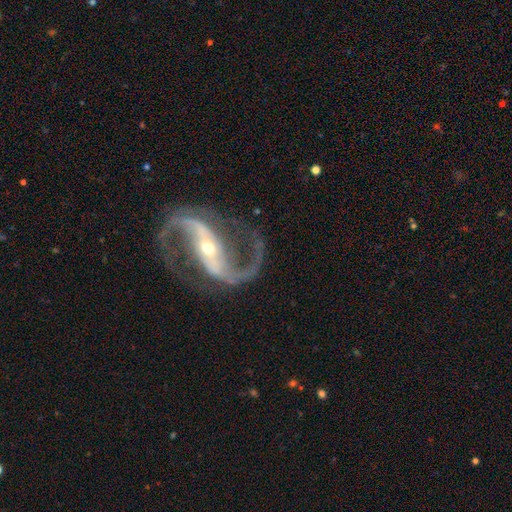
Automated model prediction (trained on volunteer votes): A featured or disk galaxy (94%) with a strong bar (60%), 2 (95%) medium (52%) spiral arms (98%) and a small central bulge (66%).

Vote fractions:
- Smooth or featured? featured or disk: 94% / star or artifact: 4% / smooth: 2%
- Edge-on disk? no: 97% / yes: 3%
- Bar? strong: 60% / weak: 22% / no: 18%
- Spiral arms? yes: 98% / no: 2%
- Spiral winding? medium: 52% / loose: 36% / tight: 12%
- Spiral arm count? 2: 95% / can't tell: 1% / 3: 1% / 1: 1% / 4: 1% / more than 4: 1%
- Bulge size? small: 66% / moderate: 31% / large: 2% / none: 1% / dominant: 1%
- Merging? none: 82% / minor disturbance: 10% / major disturbance: 6% / merger: 2%